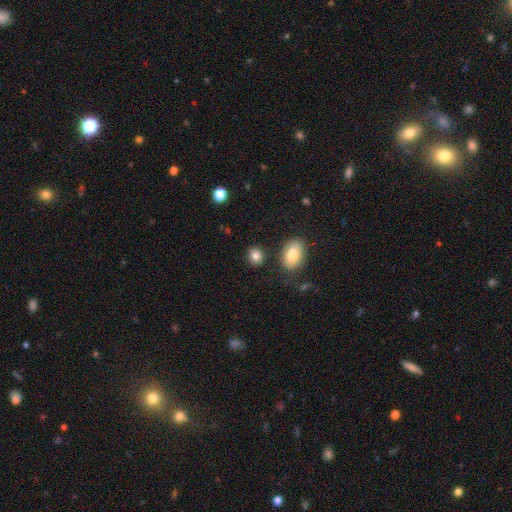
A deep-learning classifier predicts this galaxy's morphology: Smooth or featured? smooth (85%)
How rounded? round (66%)
Merging? none (84%)